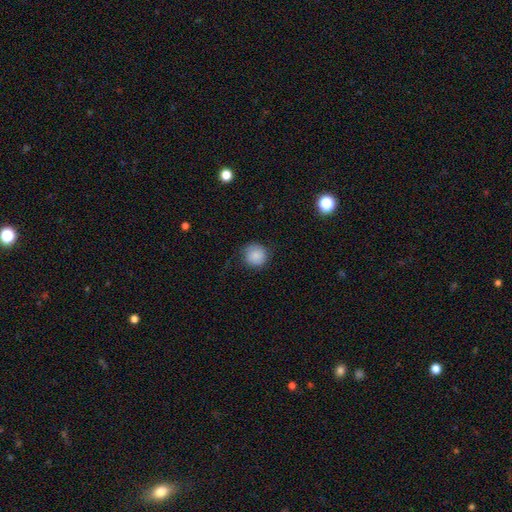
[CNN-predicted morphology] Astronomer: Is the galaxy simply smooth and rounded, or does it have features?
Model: smooth — 84%.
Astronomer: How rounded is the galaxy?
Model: round — 91%.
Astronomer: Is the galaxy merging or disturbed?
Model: none — 79%.